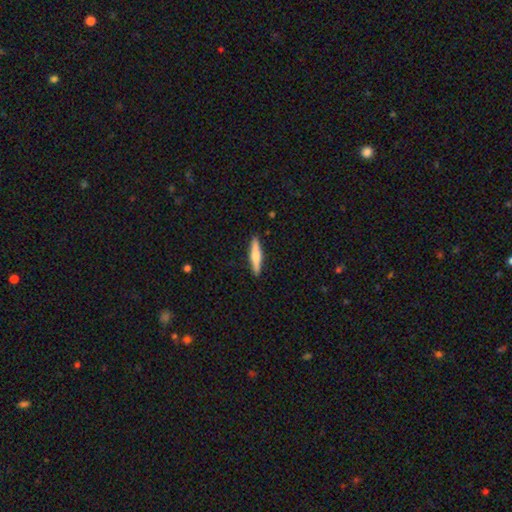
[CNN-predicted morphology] Q: Smooth or featured?
A: smooth (60%); runner-up: featured or disk (34%)
Q: How rounded?
A: cigar-shaped (88%); runner-up: in between (11%)
Q: Merging?
A: none (91%); runner-up: minor disturbance (7%)